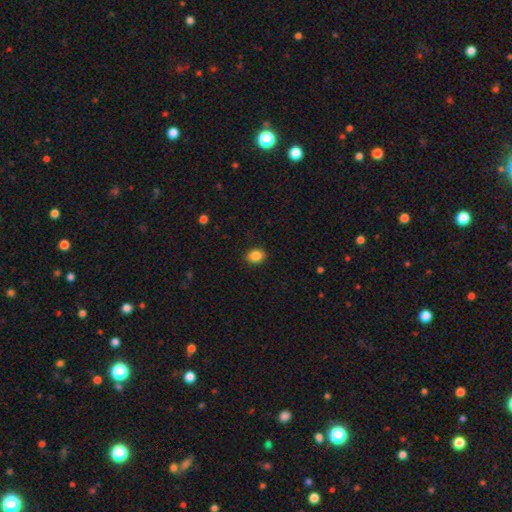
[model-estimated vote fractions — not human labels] Smooth or featured? smooth (86%)
How rounded? round (57%)
Merging? none (89%)